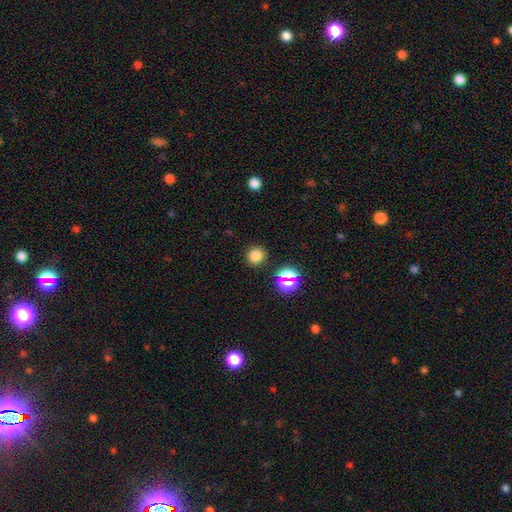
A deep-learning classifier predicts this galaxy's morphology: smooth-or-featured: smooth: 77% | star or artifact: 18% | featured or disk: 5%
  how-rounded: round: 86% | in between: 13% | cigar-shaped: 1%
  merging: none: 87% | minor disturbance: 7% | major disturbance: 3% | merger: 3%